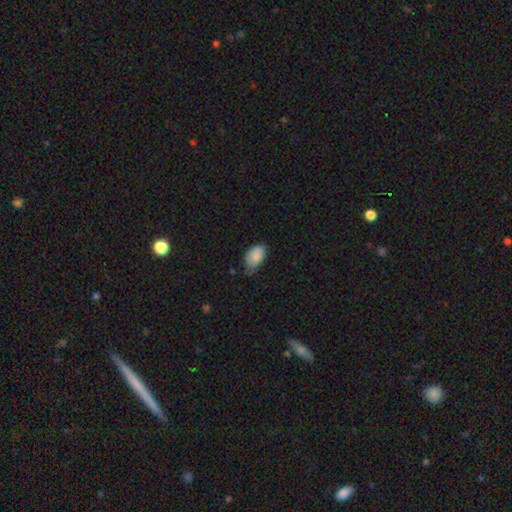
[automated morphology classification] The model was most divided on "merging": none: 51%, minor disturbance: 40%, major disturbance: 7%, merger: 2%. More confident: how rounded — in between (92%); smooth or featured — smooth (87%).